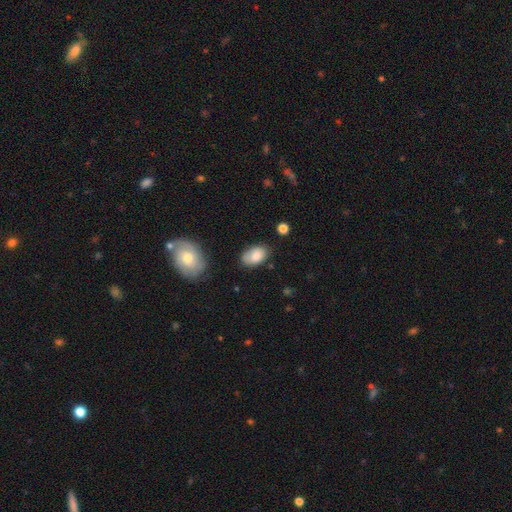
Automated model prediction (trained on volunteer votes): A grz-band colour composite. It shows a smooth galaxy with no disk features (79%) that is in between round and cigar-shaped (91%). Merging: none (69%).